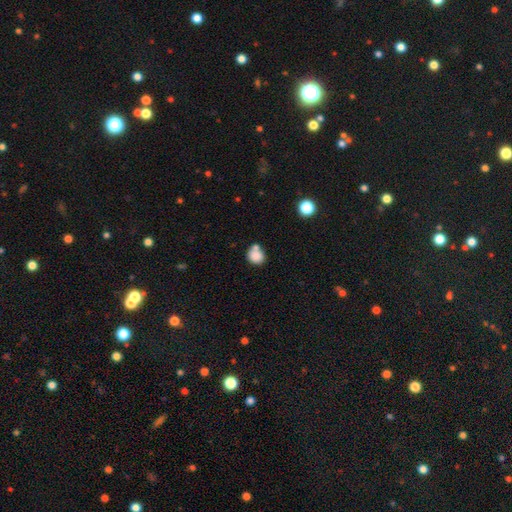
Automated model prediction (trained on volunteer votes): This is clearly a smooth galaxy (83%). How rounded: likely round (73%). Merging: possibly none (52%).